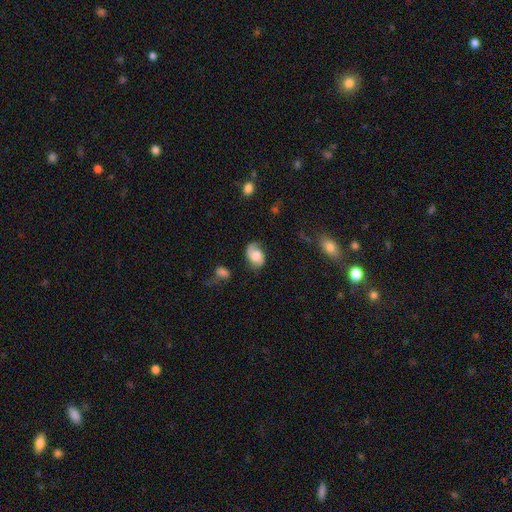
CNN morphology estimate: This appears to be a featured or disk galaxy (52%) with no bar (69%), spiral arms (88%) and a large central bulge (36%). Merging: none (49%).